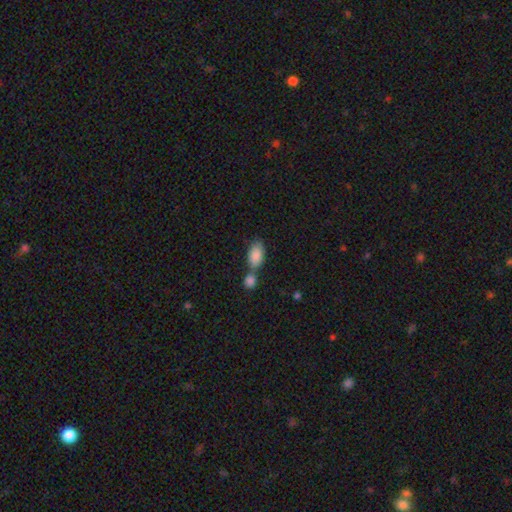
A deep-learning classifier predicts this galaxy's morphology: The model was most divided on "merging": merger: 45%, none: 39%, minor disturbance: 11%, major disturbance: 4%. More confident: how rounded — in between (91%); smooth or featured — smooth (87%).